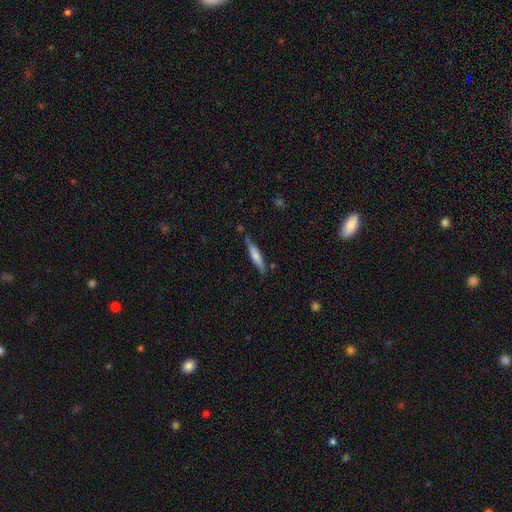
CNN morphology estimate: Smooth or featured? Predicted: smooth (p=0.63). How rounded? Predicted: cigar-shaped (p=0.83). Merging? Predicted: none (p=0.75).